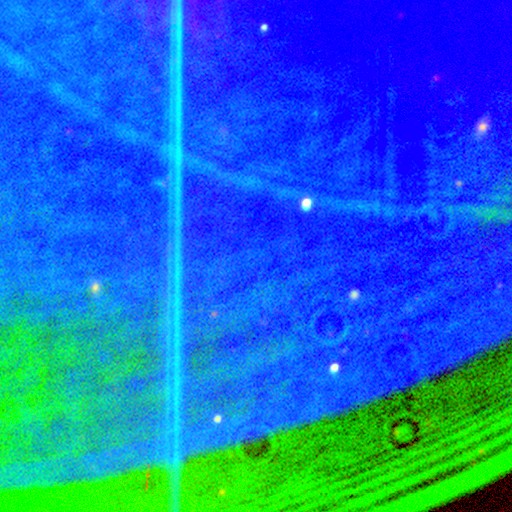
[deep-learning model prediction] Q: Smooth or featured?
A: star or artifact (90%); runner-up: featured or disk (6%)